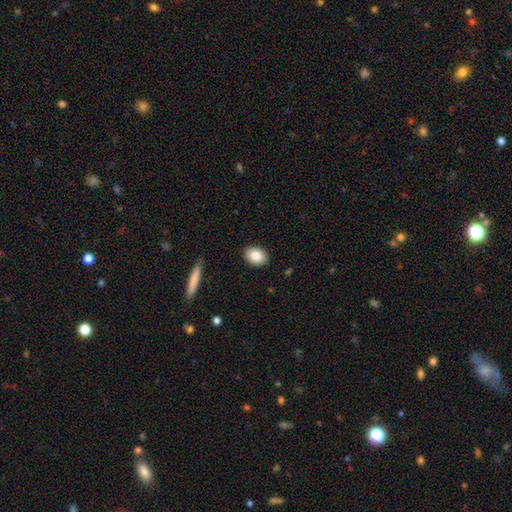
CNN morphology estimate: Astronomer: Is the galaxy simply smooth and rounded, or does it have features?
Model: smooth — 85%.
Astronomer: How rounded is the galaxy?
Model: in between — 76%.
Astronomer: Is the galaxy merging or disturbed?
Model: none — 89%.